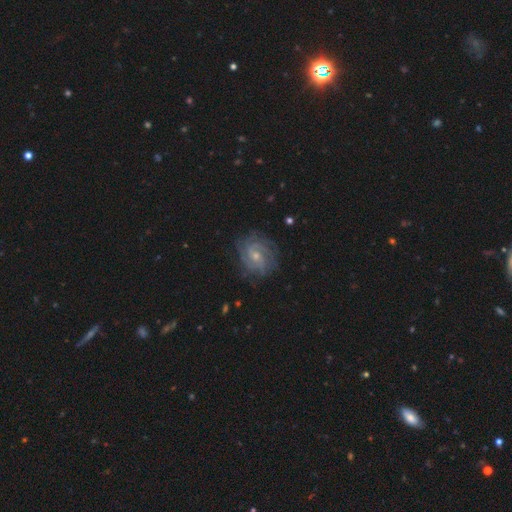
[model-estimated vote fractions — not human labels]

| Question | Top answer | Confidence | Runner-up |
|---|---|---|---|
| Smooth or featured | featured or disk | 75% | smooth (14%) |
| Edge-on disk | no | 97% | yes (3%) |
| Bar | weak | 47% | no (43%) |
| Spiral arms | yes | 94% | no (6%) |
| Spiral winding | tight | 62% | medium (30%) |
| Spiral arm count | can't tell | 36% | 2 (18%) |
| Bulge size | small | 53% | moderate (42%) |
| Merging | none | 81% | minor disturbance (13%) |